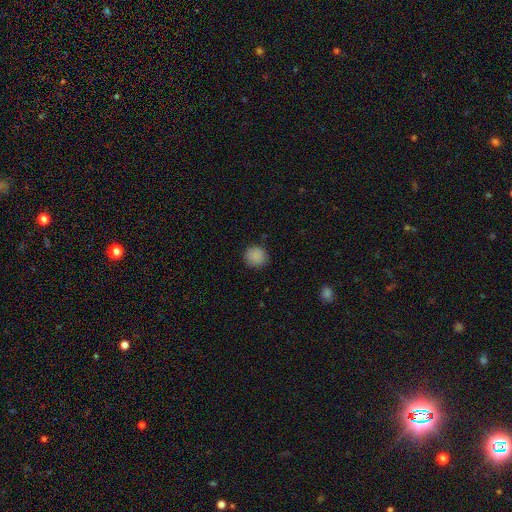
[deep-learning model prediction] Smooth or featured?
  - smooth: 88% *
  - star or artifact: 9%
  - featured or disk: 3%
How rounded?
  - round: 91% *
  - in between: 8%
  - cigar-shaped: 1%
Merging?
  - none: 89% *
  - minor disturbance: 8%
  - major disturbance: 2%
  - merger: 1%